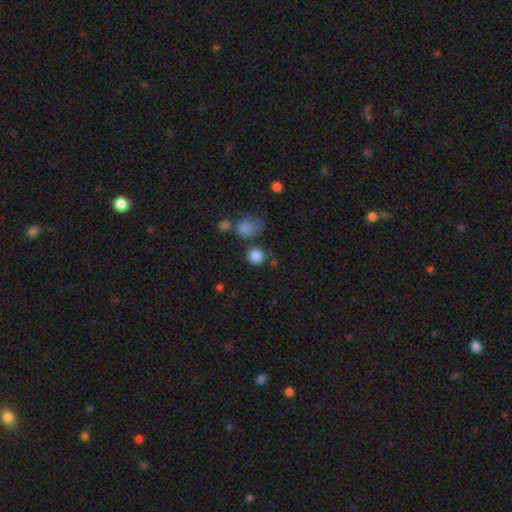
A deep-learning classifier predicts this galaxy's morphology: This appears to be a smooth galaxy with no disk features (84%) that is round (89%). Merging: none (73%).